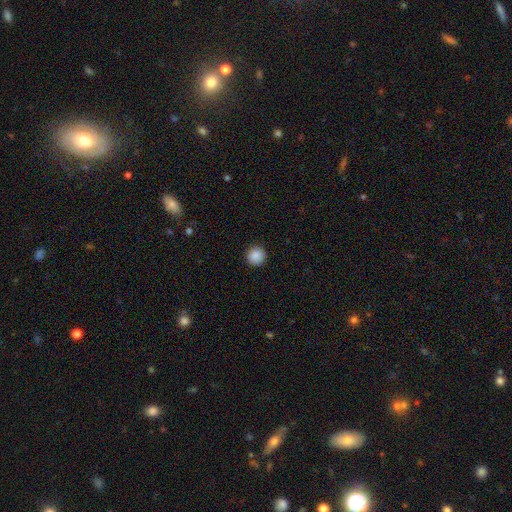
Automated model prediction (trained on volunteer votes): smooth_or_featured: smooth (p=0.88) [alt: star or artifact p=0.09]
how_rounded: round (p=0.95) [alt: in between p=0.04]
merging: none (p=0.93) [alt: minor disturbance p=0.05]